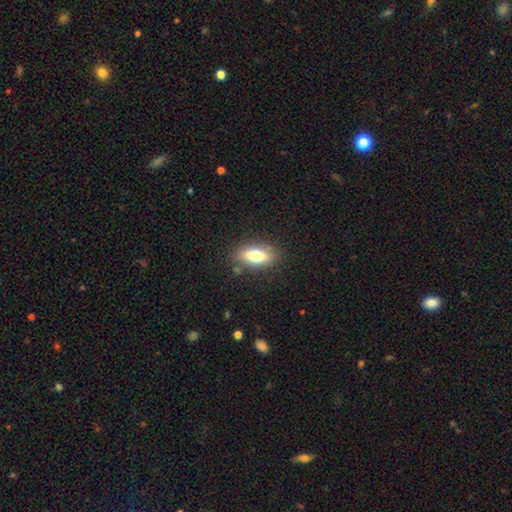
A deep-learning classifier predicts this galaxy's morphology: Overall: smooth (72%). How rounded: in between (82%). Merging: none (81%).